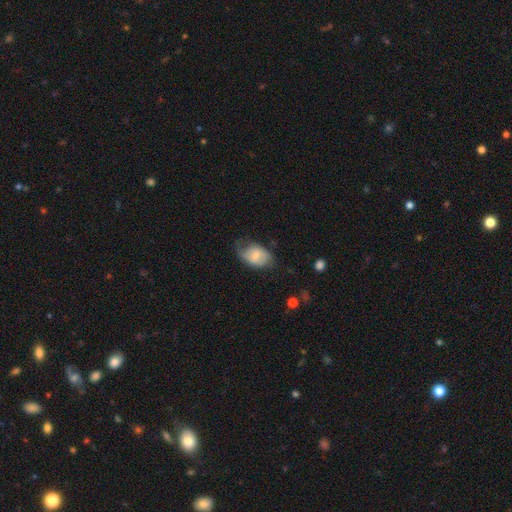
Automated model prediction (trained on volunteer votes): Smooth or featured? smooth (55%)
How rounded? in between (81%)
Merging? none (49%)